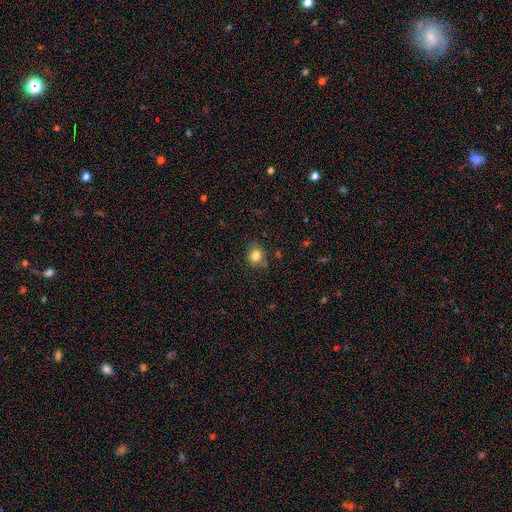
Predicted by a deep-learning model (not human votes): smooth 81%, star or artifact 10%, featured or disk 8%. Down the decision tree: how rounded — round (69%); merging — none (77%).